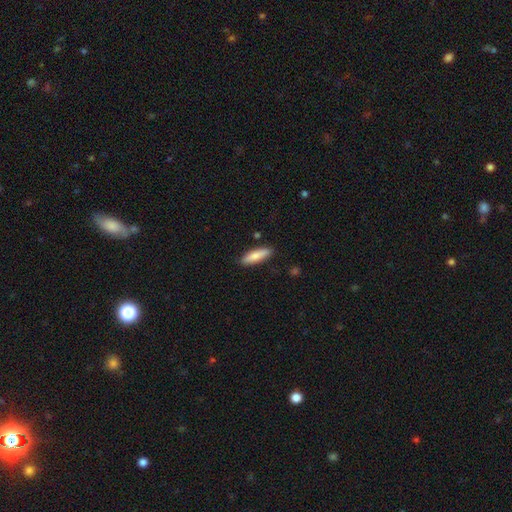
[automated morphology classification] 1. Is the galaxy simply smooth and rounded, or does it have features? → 79% smooth, 15% featured or disk, 6% star or artifact.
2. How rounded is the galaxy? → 63% cigar-shaped, 35% in between, 2% round.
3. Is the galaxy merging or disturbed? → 86% none, 10% minor disturbance, 2% major disturbance, 2% merger.